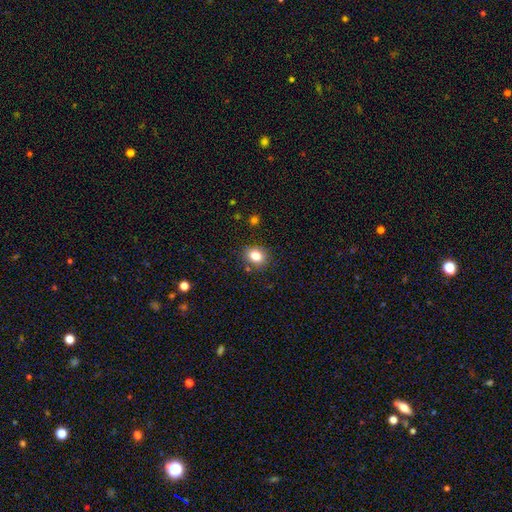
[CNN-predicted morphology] Smooth or featured? smooth (82%)
How rounded? round (54%)
Merging? none (85%)